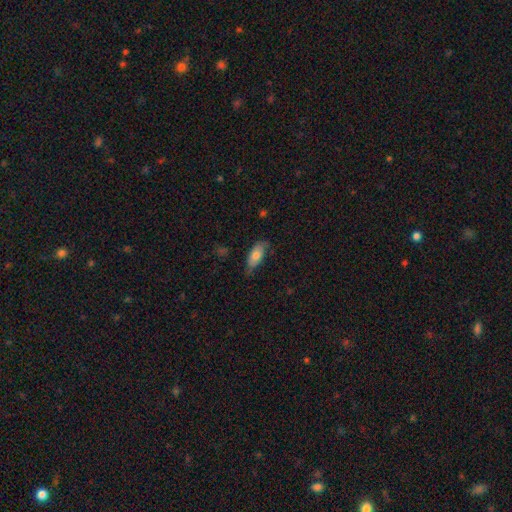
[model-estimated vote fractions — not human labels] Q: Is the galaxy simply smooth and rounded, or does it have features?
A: smooth — 72%.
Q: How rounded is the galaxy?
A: in between — 86%.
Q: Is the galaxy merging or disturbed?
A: none — 63%.